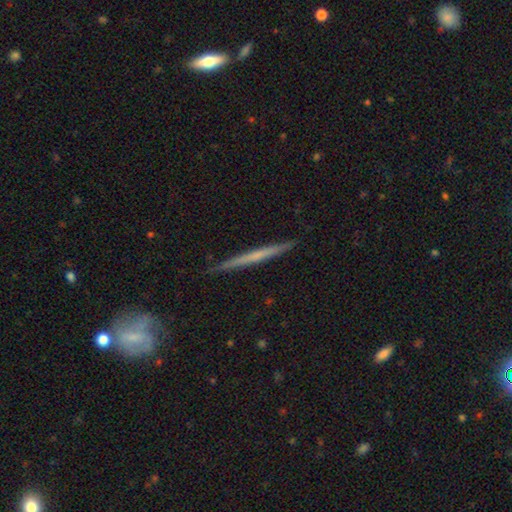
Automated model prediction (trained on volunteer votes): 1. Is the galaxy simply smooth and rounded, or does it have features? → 56% featured or disk, 38% smooth, 6% star or artifact.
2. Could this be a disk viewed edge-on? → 97% yes, 3% no.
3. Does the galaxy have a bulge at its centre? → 82% none, 13% rounded, 5% boxy.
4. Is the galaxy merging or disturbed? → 89% none, 8% minor disturbance, 1% major disturbance, 1% merger.